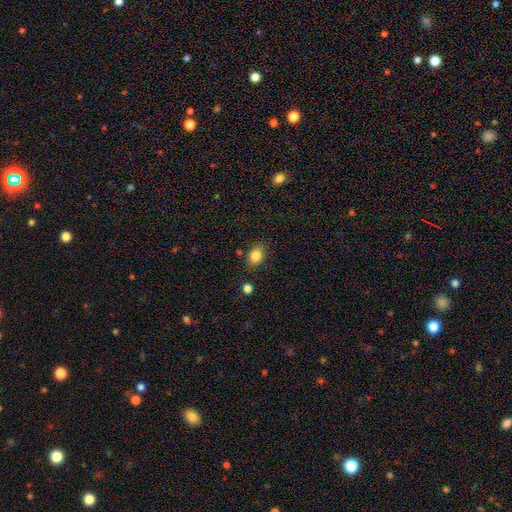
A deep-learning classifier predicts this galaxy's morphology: smooth 85%, star or artifact 10%, featured or disk 6%. Down the decision tree: how rounded — in between (55%); merging — none (78%).